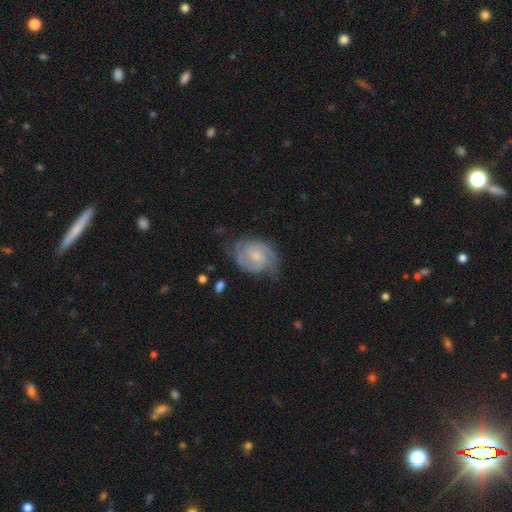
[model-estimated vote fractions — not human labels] Q: Smooth or featured?
A: featured or disk (76%); runner-up: smooth (18%)
Q: Edge-on disk?
A: no (98%); runner-up: yes (2%)
Q: Bar?
A: no (56%); runner-up: weak (39%)
Q: Spiral arms?
A: yes (94%); runner-up: no (6%)
Q: Spiral winding?
A: tight (47%); runner-up: medium (41%)
Q: Spiral arm count?
A: 2 (72%); runner-up: can't tell (15%)
Q: Bulge size?
A: small (54%); runner-up: moderate (33%)
Q: Merging?
A: none (62%); runner-up: minor disturbance (25%)